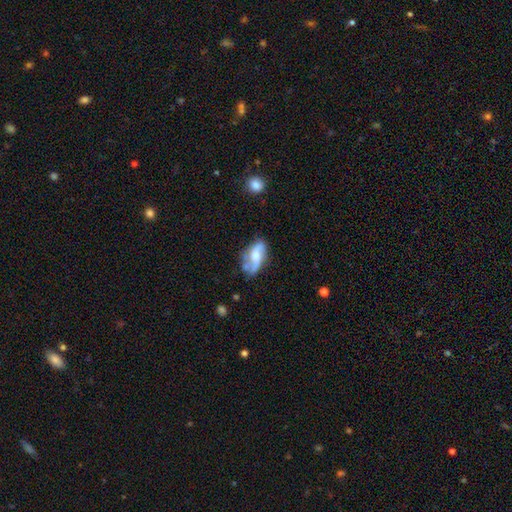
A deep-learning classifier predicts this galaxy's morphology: A featured or disk galaxy (70%) with no bar (45%), 2 (82%) loose (61%) spiral arms (88%) and a moderate central bulge (51%).

Vote fractions:
- Smooth or featured? featured or disk: 70% / smooth: 23% / star or artifact: 7%
- Edge-on disk? no: 94% / yes: 6%
- Bar? no: 45% / weak: 40% / strong: 15%
- Spiral arms? yes: 88% / no: 12%
- Spiral winding? loose: 61% / medium: 30% / tight: 9%
- Spiral arm count? 2: 82% / 1: 8% / can't tell: 7% / 3: 2% / 4: 1% / more than 4: 1%
- Bulge size? moderate: 51% / small: 23% / large: 15% / none: 8% / dominant: 2%
- Merging? none: 54% / minor disturbance: 25% / major disturbance: 14% / merger: 7%